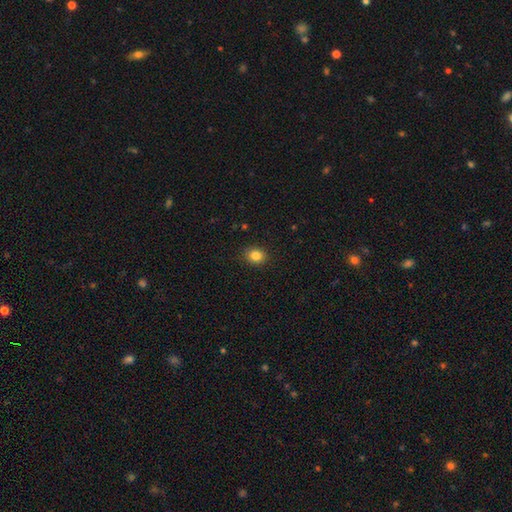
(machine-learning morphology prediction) type=smooth (84%); roundness=round (63%); merging=none (89%).